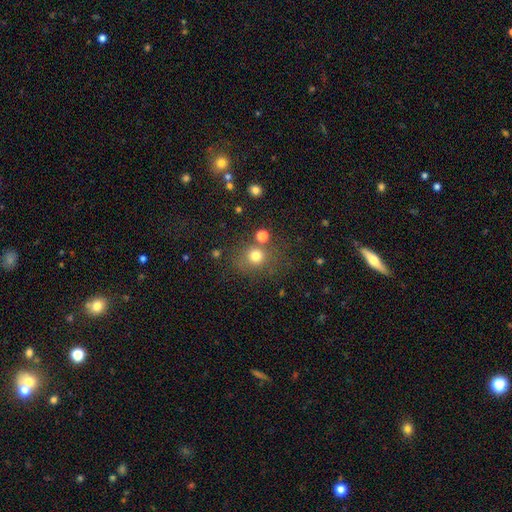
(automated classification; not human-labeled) Smooth or featured? Predicted: smooth (p=0.75). How rounded? Predicted: round (p=0.85). Merging? Predicted: none (p=0.73).